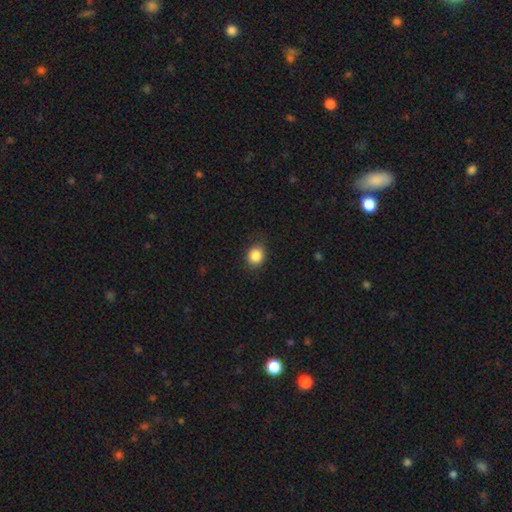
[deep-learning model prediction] This is clearly a smooth galaxy (86%). How rounded: likely round (63%). Merging: clearly none (83%).